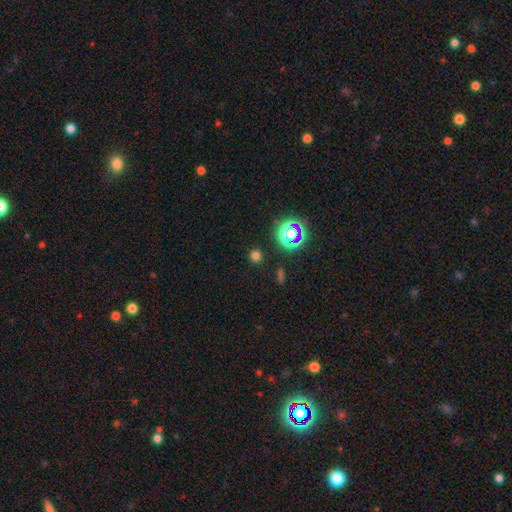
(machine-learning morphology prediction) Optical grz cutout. It shows a smooth galaxy with no disk features (67%) that is round (90%). Merging: none (88%).